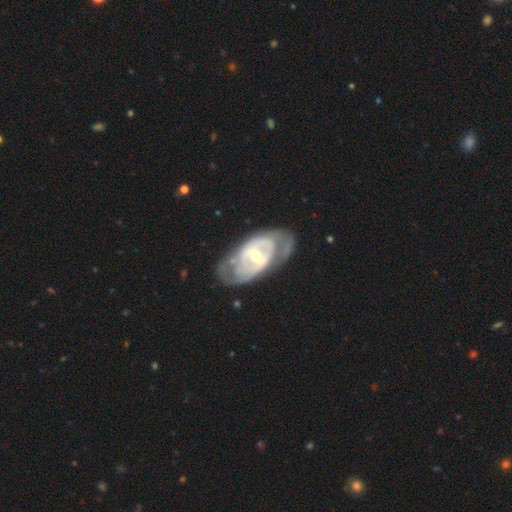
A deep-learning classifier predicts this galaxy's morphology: Smooth or featured?
  - featured or disk: 79% *
  - smooth: 16%
  - star or artifact: 5%
Edge-on disk?
  - no: 93% *
  - yes: 7%
Bar?
  - weak: 42% *
  - no: 29%
  - strong: 28%
Spiral arms?
  - yes: 60% *
  - no: 40%
Bulge size?
  - moderate: 53% *
  - small: 42%
  - large: 4%
  - none: 1%
  - dominant: 1%
Merging?
  - none: 60% *
  - minor disturbance: 23%
  - major disturbance: 15%
  - merger: 3%